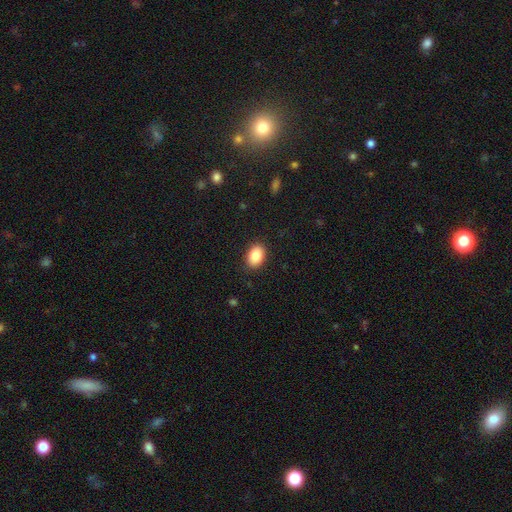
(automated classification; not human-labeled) Smooth or featured? Predicted: smooth (p=0.86). How rounded? Predicted: in between (p=0.83). Merging? Predicted: none (p=0.88).